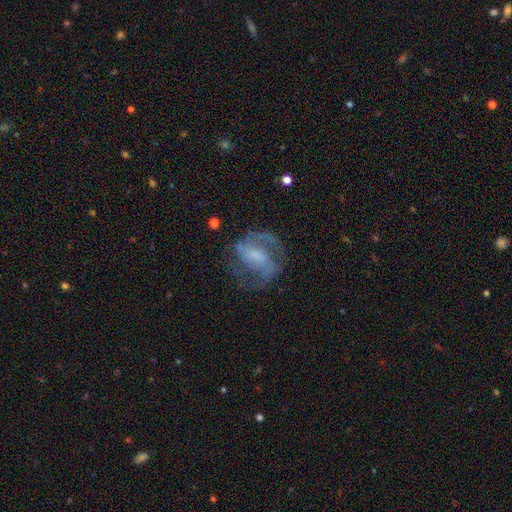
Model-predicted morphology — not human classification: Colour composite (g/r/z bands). It shows a featured or disk galaxy (79%) with a weak bar (44%), 2 (70%) medium (52%) spiral arms (90%) and a small central bulge (39%). Merging: none (61%).